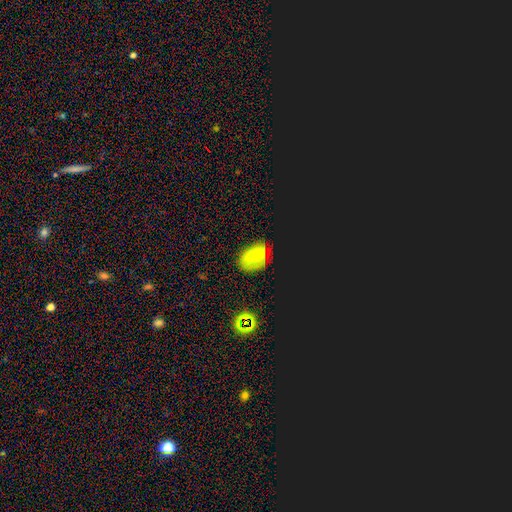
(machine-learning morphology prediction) smooth_or_featured: smooth (p=0.53) [alt: star or artifact p=0.34]
how_rounded: in between (p=0.82) [alt: round p=0.16]
merging: none (p=0.72) [alt: minor disturbance p=0.21]